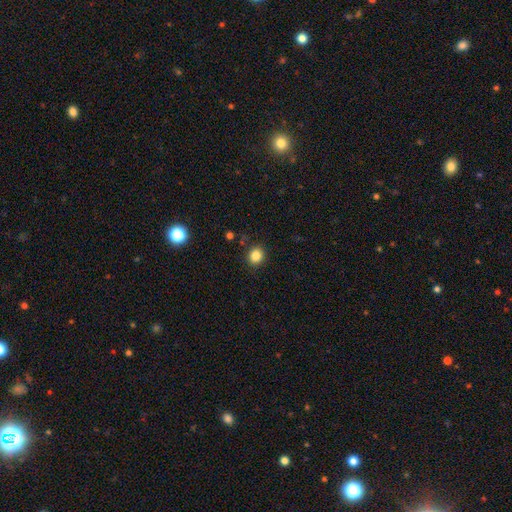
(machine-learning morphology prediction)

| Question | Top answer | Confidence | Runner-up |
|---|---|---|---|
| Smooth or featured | smooth | 84% | star or artifact (11%) |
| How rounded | round | 78% | in between (21%) |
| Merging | none | 89% | minor disturbance (7%) |